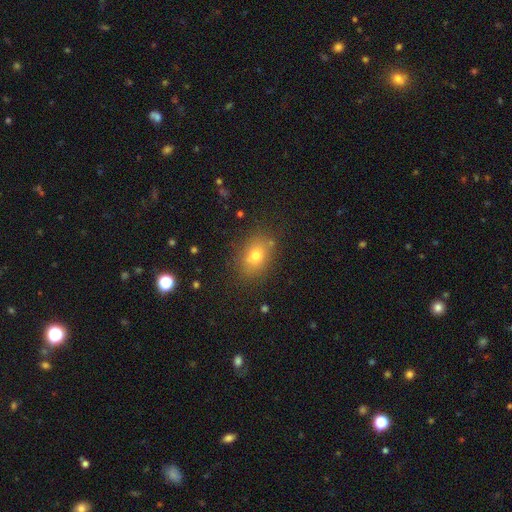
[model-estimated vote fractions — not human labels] A smooth galaxy with no disk features (74%) that is in between round and cigar-shaped (67%).

Vote fractions:
- Smooth or featured? smooth: 74% / star or artifact: 14% / featured or disk: 12%
- How rounded? in between: 67% / round: 31% / cigar-shaped: 2%
- Merging? none: 81% / minor disturbance: 12% / major disturbance: 4% / merger: 3%